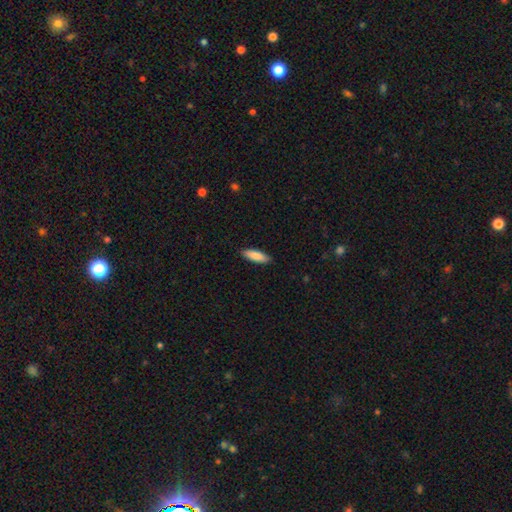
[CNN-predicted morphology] The model was most divided on "how rounded": in between: 55%, cigar-shaped: 44%, round: 2%. More confident: merging — none (88%); smooth or featured — smooth (85%).